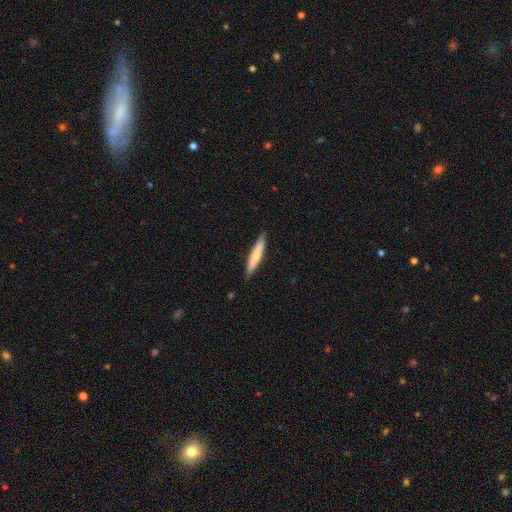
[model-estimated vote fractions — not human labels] Overall: smooth (65%; featured or disk 30%). How rounded: cigar-shaped (91%). Merging: none (86%).